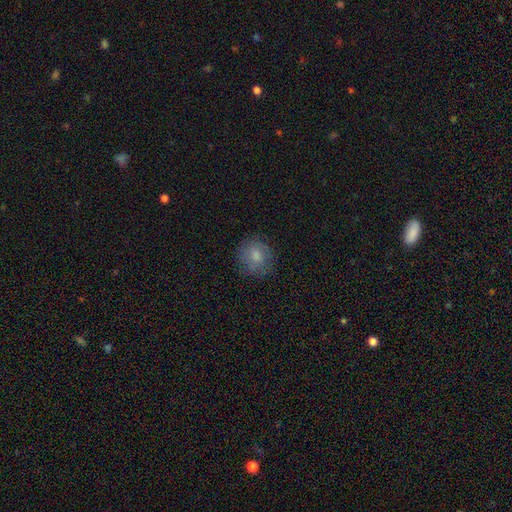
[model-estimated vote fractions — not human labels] This appears to be a smooth galaxy with no disk features (76%) that is round (81%). Merging: none (78%).